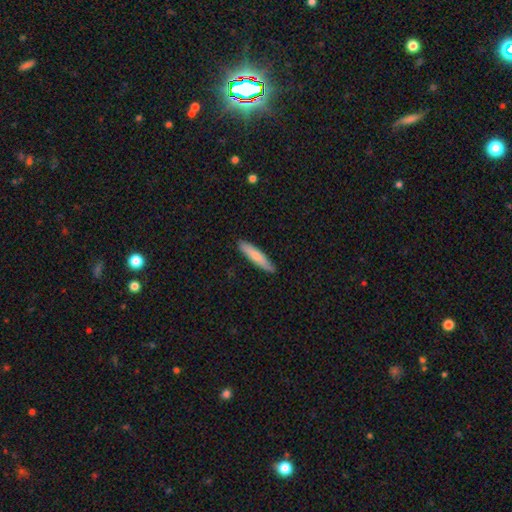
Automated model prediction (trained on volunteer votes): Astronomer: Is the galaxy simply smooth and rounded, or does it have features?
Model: smooth — 76%.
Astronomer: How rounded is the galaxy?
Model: cigar-shaped — 87%.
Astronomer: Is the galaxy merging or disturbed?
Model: none — 87%.